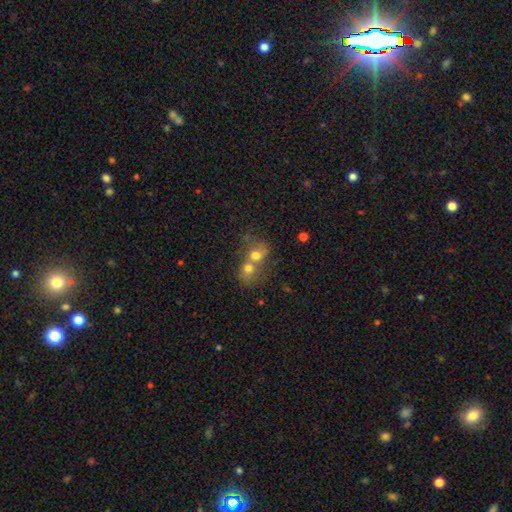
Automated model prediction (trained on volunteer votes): The model was most divided on "how rounded": round: 64%, in between: 35%, cigar-shaped: 1%. More confident: merging — merger (75%); smooth or featured — smooth (67%).